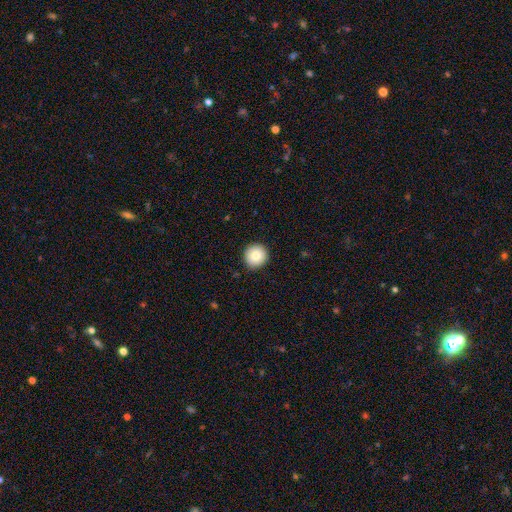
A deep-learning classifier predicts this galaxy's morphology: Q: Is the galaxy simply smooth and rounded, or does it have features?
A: smooth — 82%.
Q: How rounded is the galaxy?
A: round — 95%.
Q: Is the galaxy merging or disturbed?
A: none — 92%.